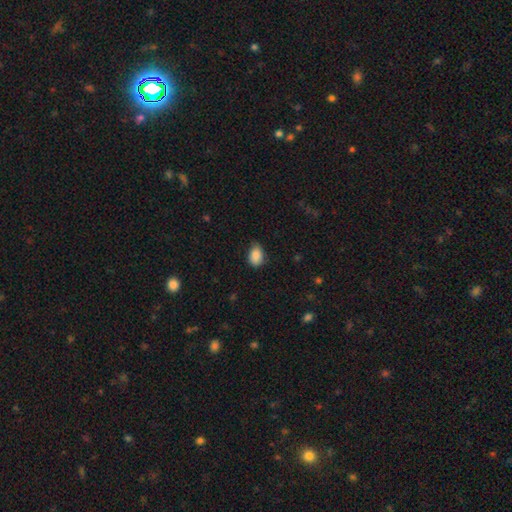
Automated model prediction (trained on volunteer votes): Smooth or featured? Predicted: smooth (p=0.89). How rounded? Predicted: in between (p=0.81). Merging? Predicted: none (p=0.67).